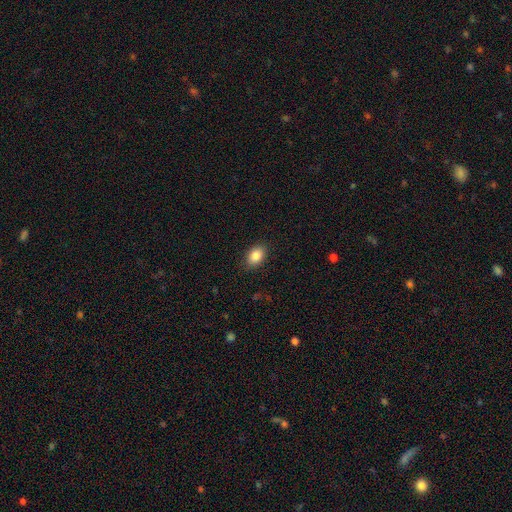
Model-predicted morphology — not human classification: This is clearly a smooth galaxy (87%). How rounded: clearly in between (82%). Merging: clearly none (87%).